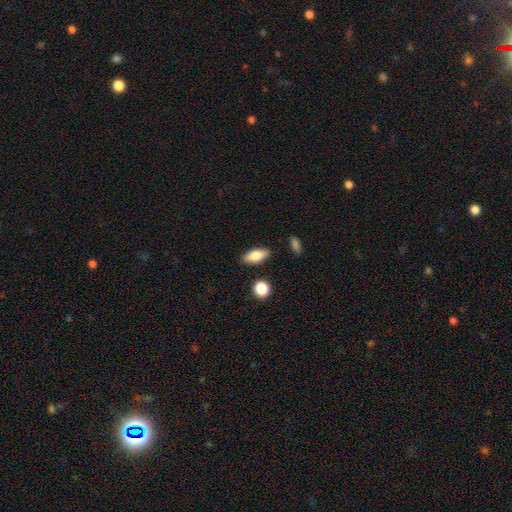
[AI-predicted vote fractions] A smooth galaxy with no disk features (81%) that is in between round and cigar-shaped (84%). Merging: none (86%).